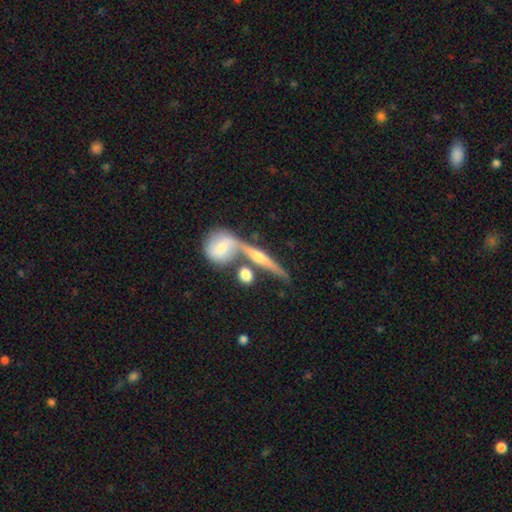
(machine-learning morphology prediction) smooth_or_featured: featured or disk (p=0.71) [alt: smooth p=0.21]
disk_edge_on: yes (p=0.85) [alt: no p=0.15]
edge_on_bulge: rounded (p=0.85) [alt: none p=0.10]
merging: none (p=0.52) [alt: merger p=0.31]